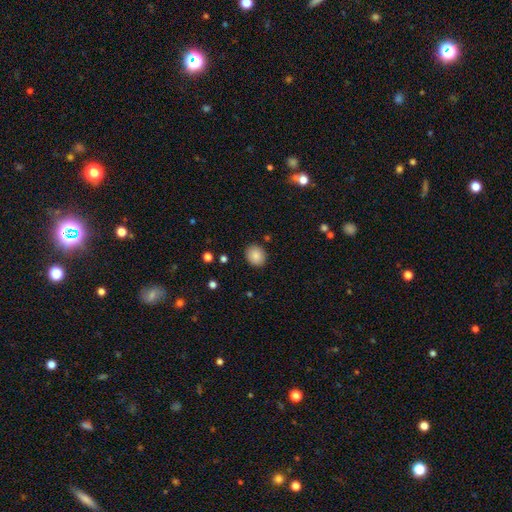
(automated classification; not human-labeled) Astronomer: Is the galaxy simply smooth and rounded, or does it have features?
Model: smooth — 86%.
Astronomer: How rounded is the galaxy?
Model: round — 69%.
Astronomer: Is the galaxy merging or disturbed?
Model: none — 89%.